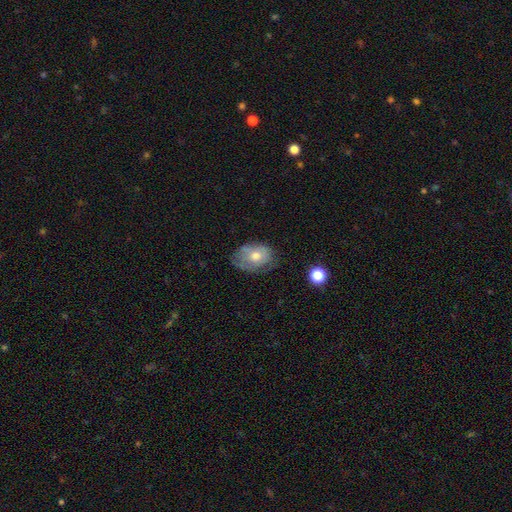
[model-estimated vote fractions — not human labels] Morphology: type=smooth (55%); roundness=in between (77%); merging=none (58%).